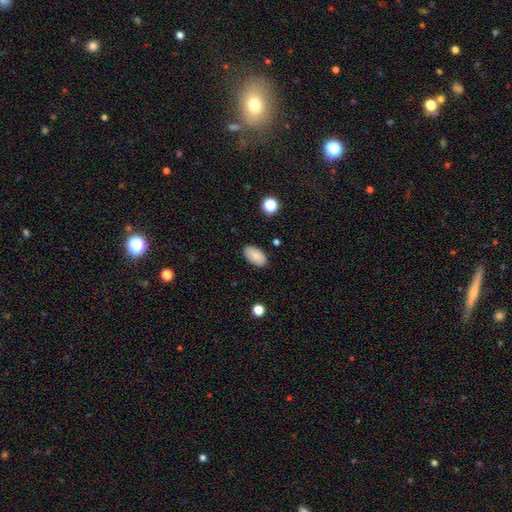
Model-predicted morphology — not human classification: Smooth or featured? Predicted: smooth (p=0.86). How rounded? Predicted: in between (p=0.95). Merging? Predicted: none (p=0.86).